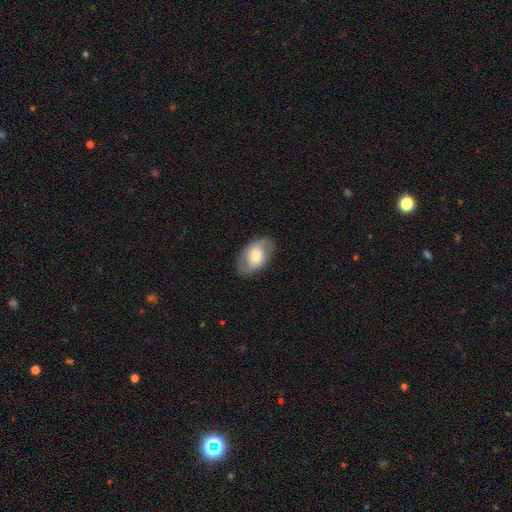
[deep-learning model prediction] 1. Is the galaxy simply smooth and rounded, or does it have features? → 53% smooth, 41% featured or disk, 6% star or artifact.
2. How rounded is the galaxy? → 87% in between, 12% round, 1% cigar-shaped.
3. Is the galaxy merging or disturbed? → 82% none, 12% minor disturbance, 5% major disturbance, 1% merger.